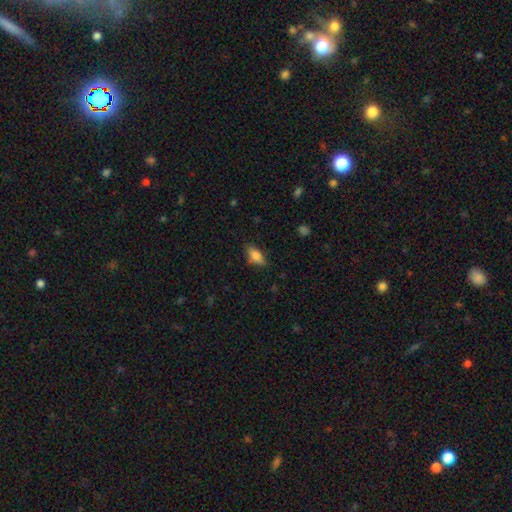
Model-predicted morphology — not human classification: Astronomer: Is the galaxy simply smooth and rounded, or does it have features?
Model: smooth — 81%.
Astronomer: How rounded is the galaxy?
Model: in between — 85%.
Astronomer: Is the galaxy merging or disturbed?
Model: none — 76%.